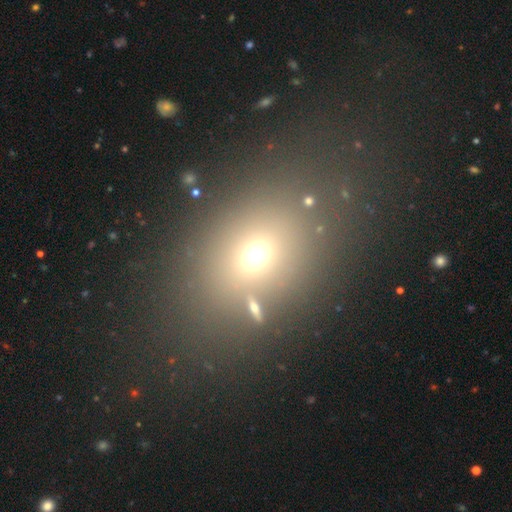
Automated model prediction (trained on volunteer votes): Overall: smooth (65%). How rounded: in between (63%; round 36%). Merging: none (77%).